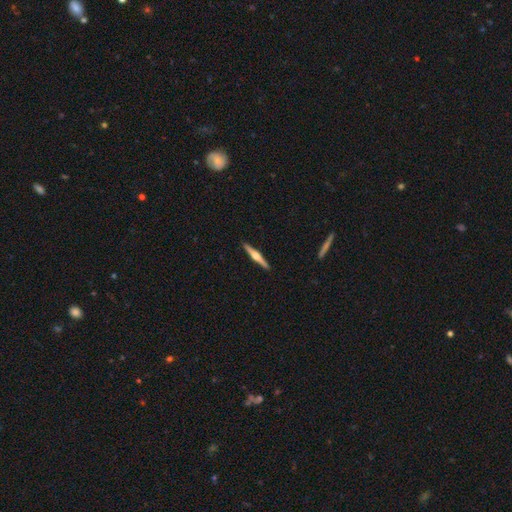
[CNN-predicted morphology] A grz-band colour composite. It shows a featured or disk galaxy (71%) viewed edge-on (98%) with a rounded central bulge (87%). Merging: none (92%).